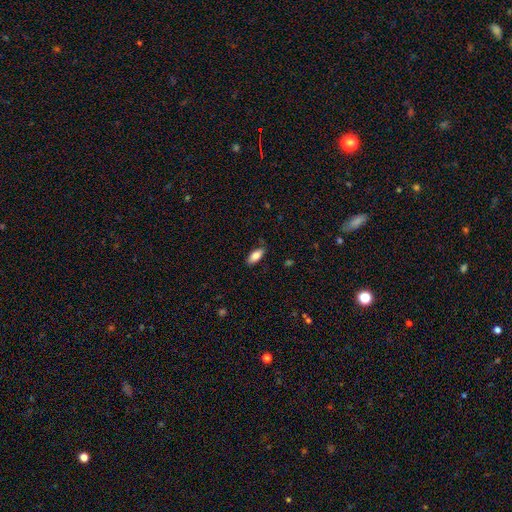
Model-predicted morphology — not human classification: smooth 82%, featured or disk 11%, star or artifact 7%. Down the decision tree: how rounded — in between (86%); merging — none (84%).